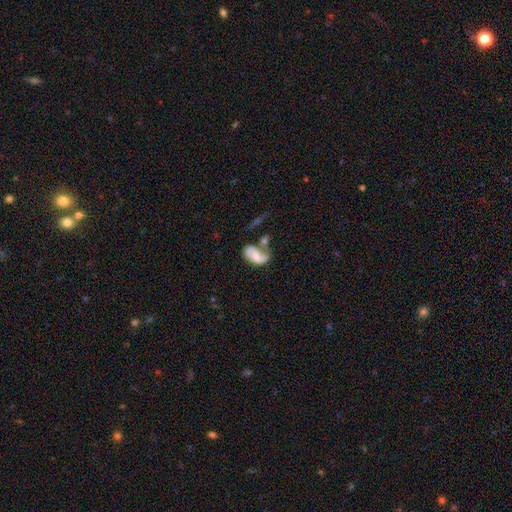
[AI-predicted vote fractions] The model was most divided on "merging": none: 32%, merger: 31%, minor disturbance: 20%, major disturbance: 17%. More confident: edge-on disk — no (96%); spiral arms — yes (73%); bar — no (63%); smooth or featured — featured or disk (52%); bulge size — moderate (50%).